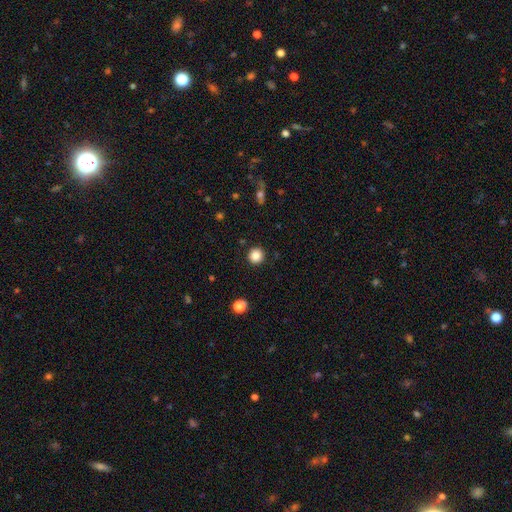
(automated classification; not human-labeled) Smooth or featured? Predicted: smooth (p=0.86). How rounded? Predicted: round (p=0.94). Merging? Predicted: none (p=0.92).